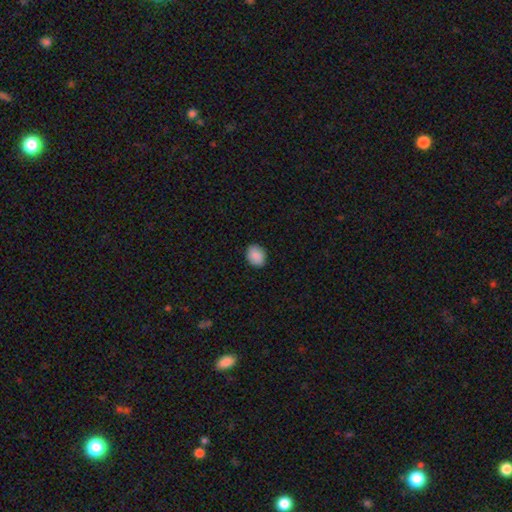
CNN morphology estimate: This appears to be a smooth galaxy with no disk features (89%) that is in between round and cigar-shaped (52%). Merging: none (89%).